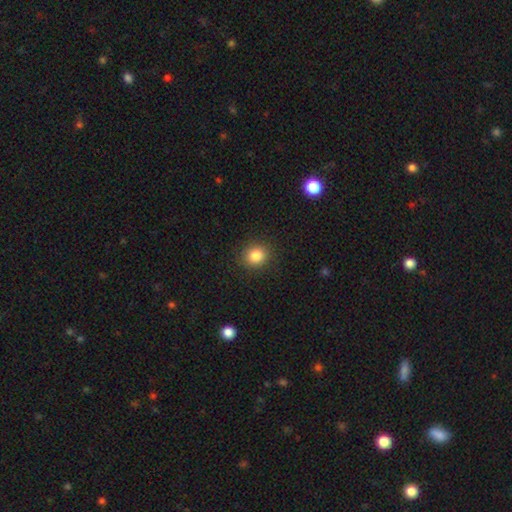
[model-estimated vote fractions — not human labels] Smooth or featured?
  - smooth: 85% *
  - star or artifact: 10%
  - featured or disk: 5%
How rounded?
  - round: 76% *
  - in between: 23%
  - cigar-shaped: 1%
Merging?
  - none: 89% *
  - minor disturbance: 8%
  - major disturbance: 2%
  - merger: 1%